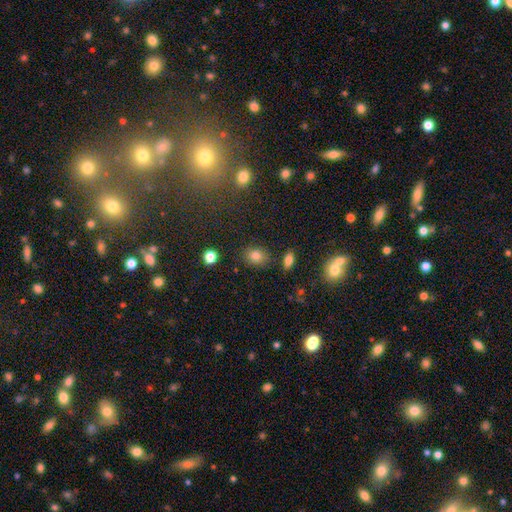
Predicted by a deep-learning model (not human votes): Morphology: type=smooth (82%); roundness=in between (53%); merging=none (81%).